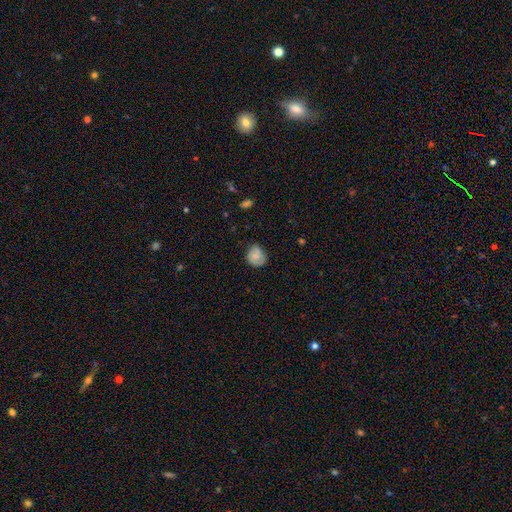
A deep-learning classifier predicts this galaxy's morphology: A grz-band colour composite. It shows a smooth galaxy with no disk features (74%) that is round (67%). Merging: none (68%).